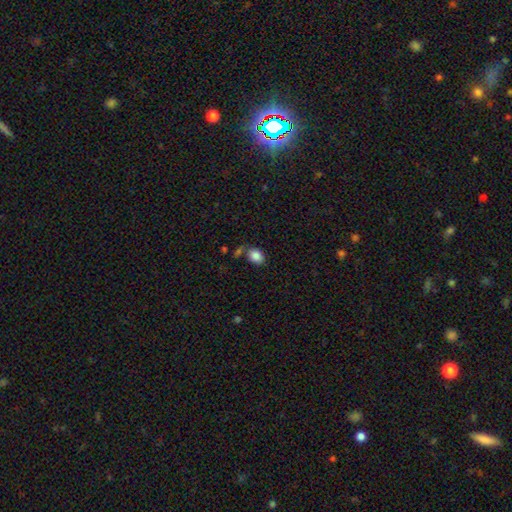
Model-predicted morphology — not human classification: Overall: smooth (86%). How rounded: in between (69%; round 30%). Merging: none (69%).